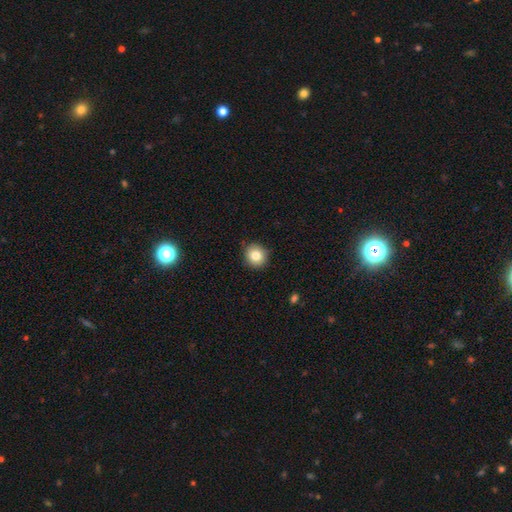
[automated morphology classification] Q: Smooth or featured?
A: smooth (83%); runner-up: star or artifact (10%)
Q: How rounded?
A: round (88%); runner-up: in between (11%)
Q: Merging?
A: none (88%); runner-up: minor disturbance (9%)